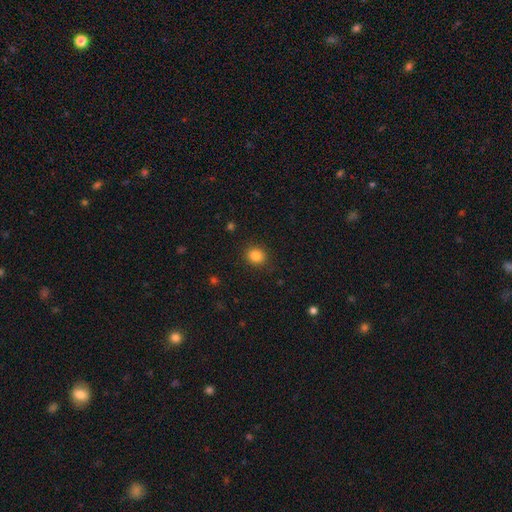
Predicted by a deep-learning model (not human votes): smooth-or-featured: smooth: 84% | star or artifact: 11% | featured or disk: 4%
  how-rounded: round: 76% | in between: 23% | cigar-shaped: 1%
  merging: none: 89% | minor disturbance: 8% | major disturbance: 2% | merger: 1%